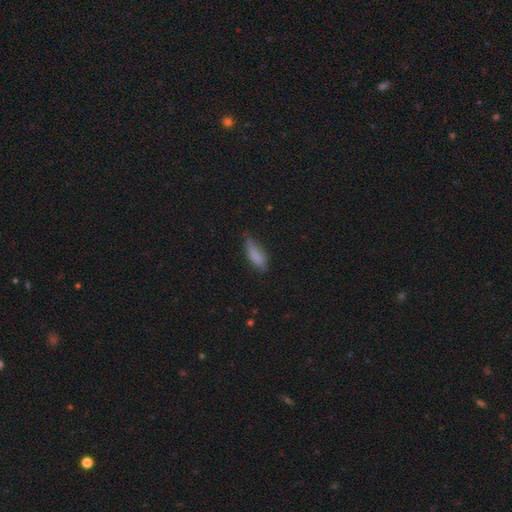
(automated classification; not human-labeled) Smooth or featured? smooth (81%)
How rounded? in between (59%)
Merging? none (50%)